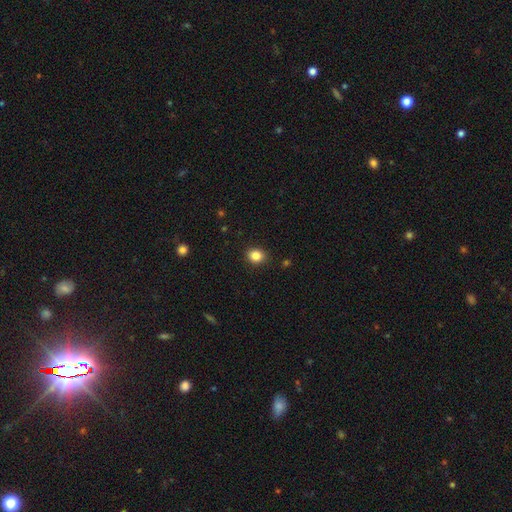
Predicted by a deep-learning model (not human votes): smooth-or-featured: smooth: 85% | star or artifact: 11% | featured or disk: 5%
  how-rounded: round: 67% | in between: 32% | cigar-shaped: 1%
  merging: none: 90% | minor disturbance: 7% | major disturbance: 2% | merger: 1%